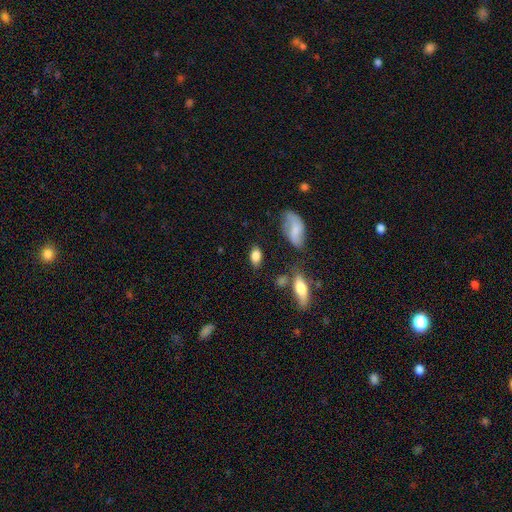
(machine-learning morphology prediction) smooth 82%, featured or disk 10%, star or artifact 8%. Down the decision tree: how rounded — in between (87%); merging — none (71%).